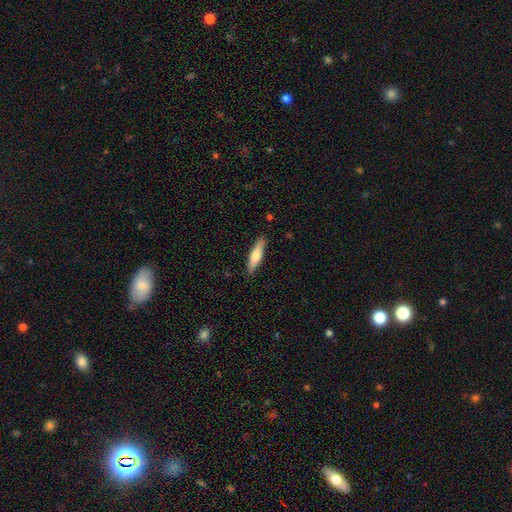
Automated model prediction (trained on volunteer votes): Smooth or featured? Predicted: smooth (p=0.59). How rounded? Predicted: cigar-shaped (p=0.74). Merging? Predicted: none (p=0.87).